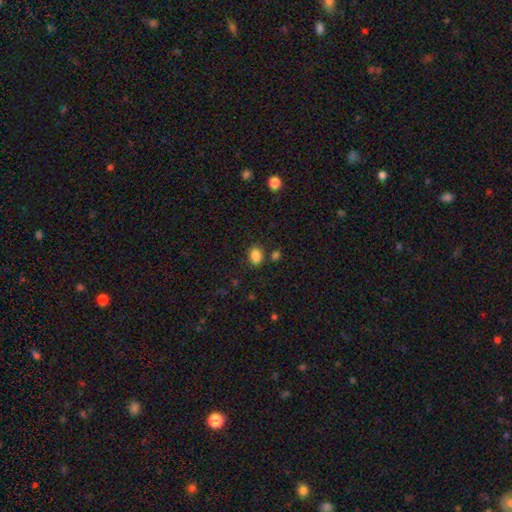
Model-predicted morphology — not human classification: Q: Smooth or featured?
A: smooth (85%); runner-up: star or artifact (11%)
Q: How rounded?
A: in between (65%); runner-up: round (34%)
Q: Merging?
A: none (76%); runner-up: minor disturbance (13%)